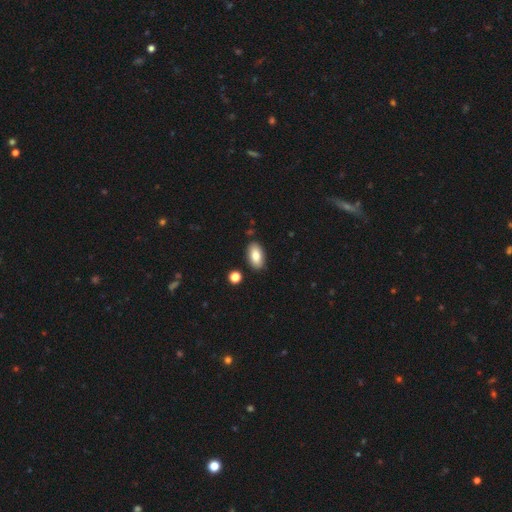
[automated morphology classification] Q: Smooth or featured?
A: smooth (82%); runner-up: featured or disk (11%)
Q: How rounded?
A: in between (93%); runner-up: cigar-shaped (4%)
Q: Merging?
A: none (87%); runner-up: minor disturbance (9%)